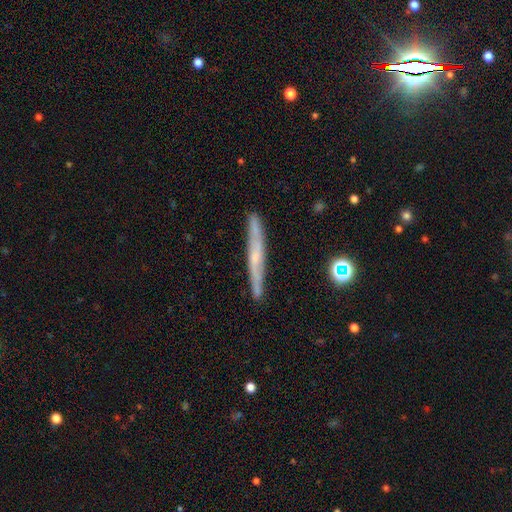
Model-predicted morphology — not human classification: This is possibly a featured or disk galaxy (59%). It is clearly viewed edge-on (91%). Edge-on bulge: possibly none (58%). Merging: clearly none (85%).